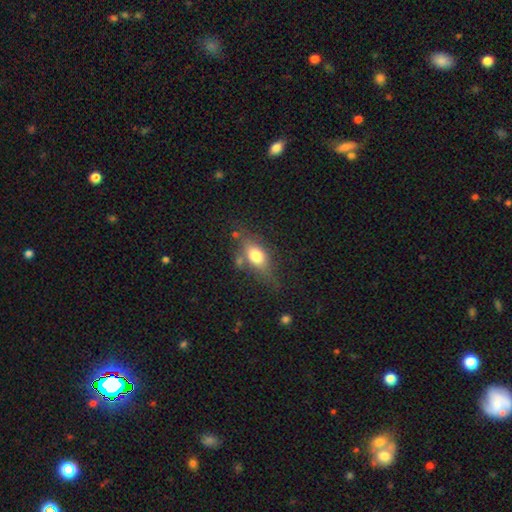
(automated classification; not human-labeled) Smooth or featured: smooth — 67% (featured or disk — 24%)
How rounded: in between — 76% (round — 12%)
Merging: none — 61% (minor disturbance — 23%)